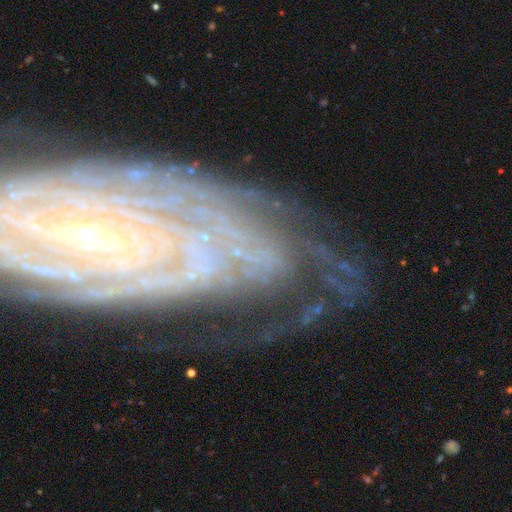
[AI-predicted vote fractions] This is clearly a featured or disk galaxy (86%). It is clearly not viewed edge-on (92%). Bar: marginally no (40%). Spiral arm pattern: clearly yes (97%). Spiral arm count: marginally can't tell (33%). Spiral winding: likely tight (79%). Central bulge: clearly small (84%). Merging: likely none (71%).